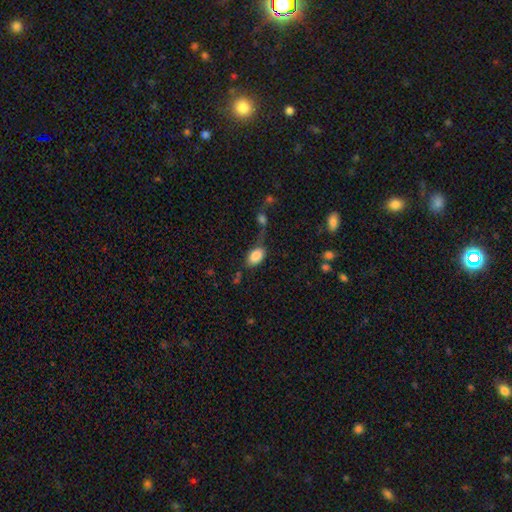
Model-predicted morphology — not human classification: type=smooth (86%); roundness=in between (88%); merging=none (49%).